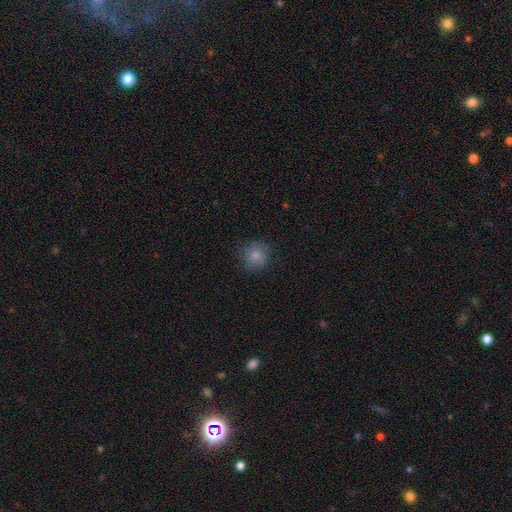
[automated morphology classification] Smooth or featured?
  - smooth: 83% *
  - star or artifact: 10%
  - featured or disk: 7%
How rounded?
  - round: 91% *
  - in between: 9%
  - cigar-shaped: 1%
Merging?
  - none: 83% *
  - minor disturbance: 13%
  - major disturbance: 3%
  - merger: 1%